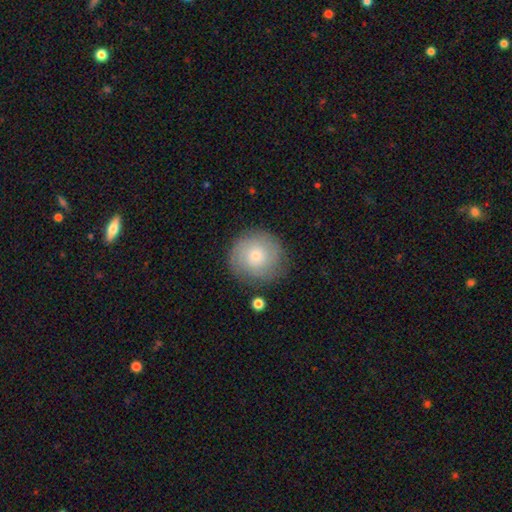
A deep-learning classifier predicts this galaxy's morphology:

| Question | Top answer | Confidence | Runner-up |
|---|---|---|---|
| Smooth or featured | smooth | 53% | featured or disk (38%) |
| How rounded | round | 92% | in between (7%) |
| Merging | none | 82% | minor disturbance (12%) |